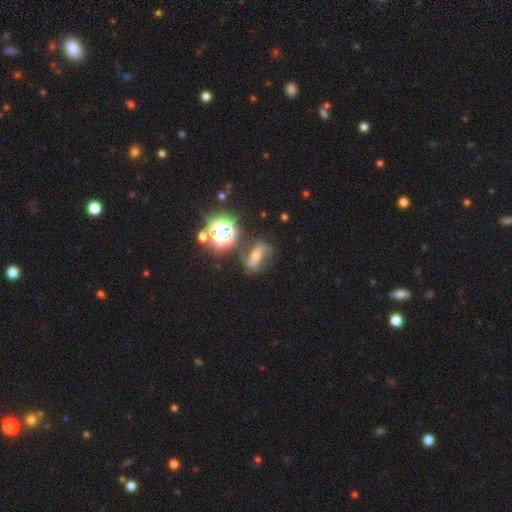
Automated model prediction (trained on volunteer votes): Smooth or featured? Predicted: featured or disk (p=0.57). Edge-on disk? Predicted: no (p=0.92). Bar? Predicted: strong (p=0.36). Spiral arms? Predicted: yes (p=0.84). Bulge size? Predicted: moderate (p=0.49). Merging? Predicted: none (p=0.65).